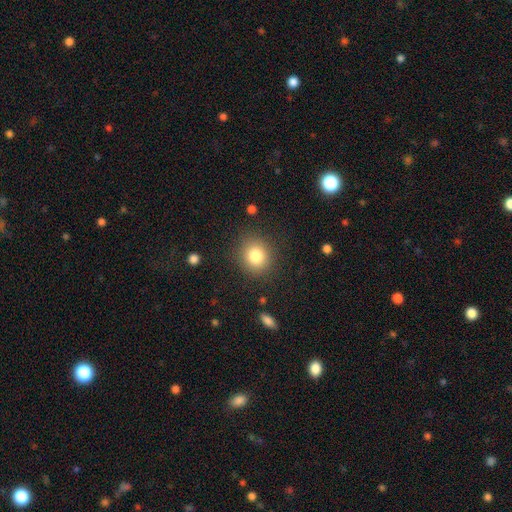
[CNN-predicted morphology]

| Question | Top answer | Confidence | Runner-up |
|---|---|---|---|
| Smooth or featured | smooth | 80% | star or artifact (11%) |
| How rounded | round | 81% | in between (18%) |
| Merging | none | 87% | minor disturbance (9%) |